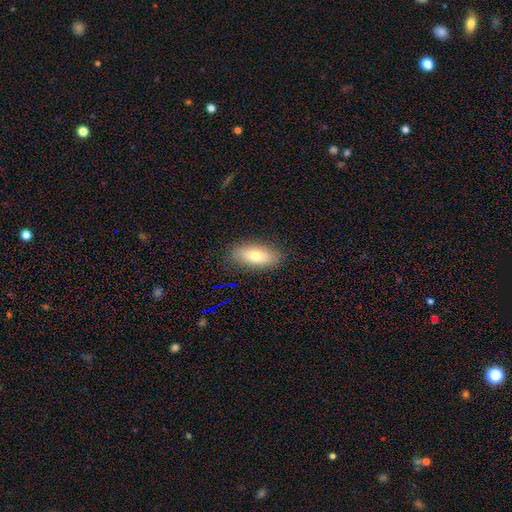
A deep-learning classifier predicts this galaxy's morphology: Overall: smooth (72%). How rounded: in between (84%). Merging: none (87%).